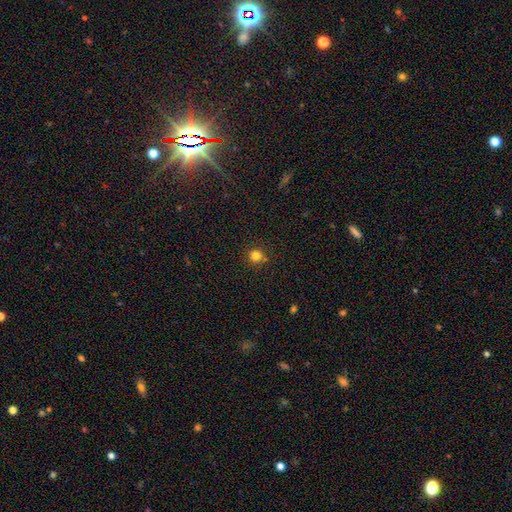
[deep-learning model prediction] Morphology: type=smooth (80%); roundness=round (92%); merging=none (83%).